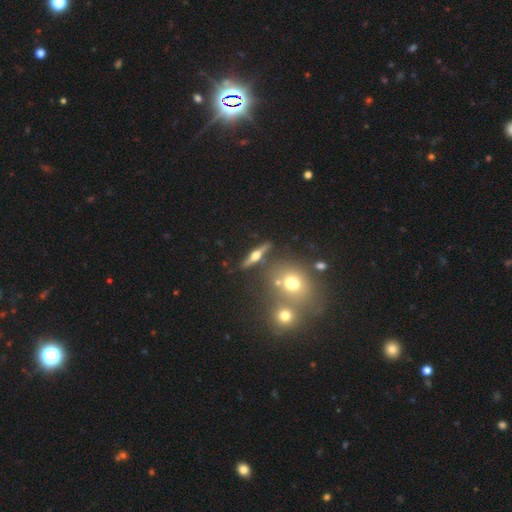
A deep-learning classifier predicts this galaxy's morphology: A featured or disk galaxy (72%) viewed edge-on (93%) with a rounded central bulge (95%). Merging: none (81%).